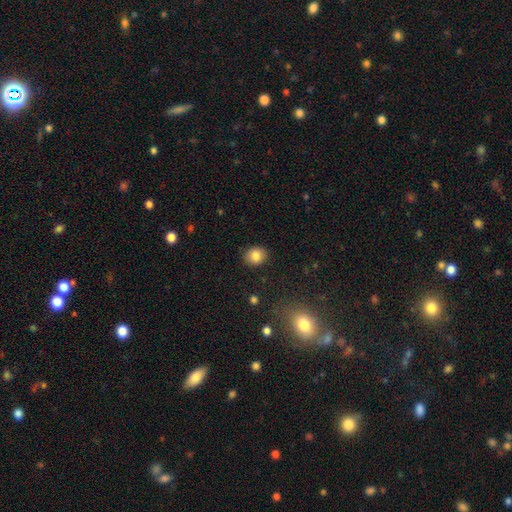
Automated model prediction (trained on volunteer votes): Smooth or featured? smooth (84%)
How rounded? round (61%)
Merging? none (88%)